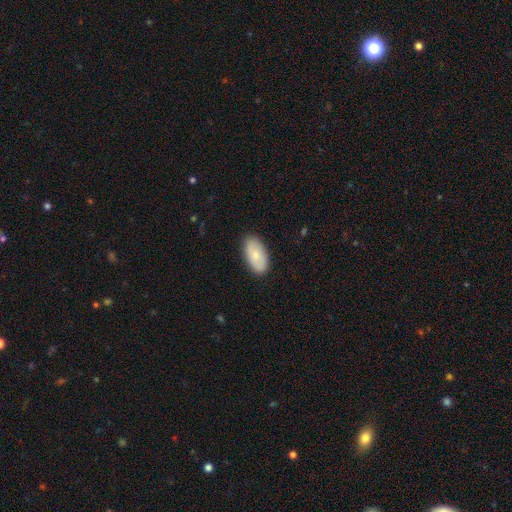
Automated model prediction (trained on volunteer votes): This appears to be a smooth galaxy with no disk features (77%) that is in between round and cigar-shaped (94%). Merging: none (87%).